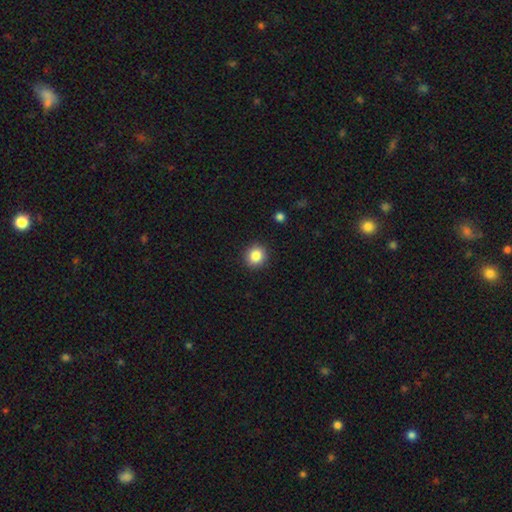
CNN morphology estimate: smooth_or_featured: smooth (p=0.85) [alt: star or artifact p=0.09]
how_rounded: round (p=0.87) [alt: in between p=0.12]
merging: none (p=0.91) [alt: minor disturbance p=0.06]